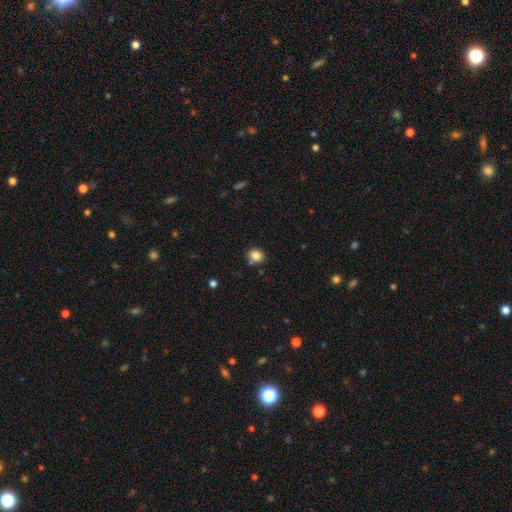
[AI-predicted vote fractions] This appears to be a smooth galaxy with no disk features (84%) that is round (66%). Merging: none (75%).